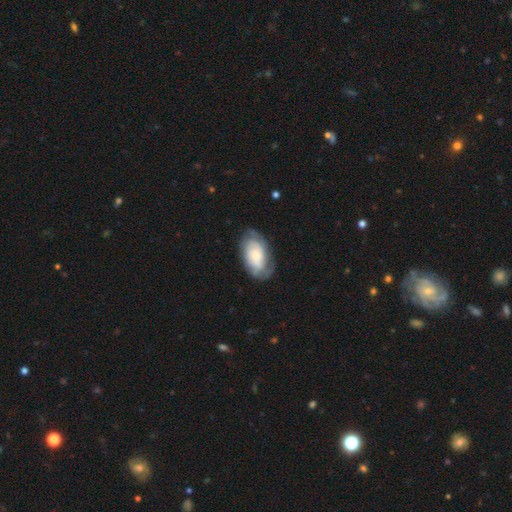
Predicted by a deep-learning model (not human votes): This is likely a featured or disk galaxy (62%). It is clearly not viewed edge-on (96%). Bar: likely no (73%). Spiral arm pattern: clearly yes (85%). Central bulge: possibly small (48%). Merging: likely none (68%).